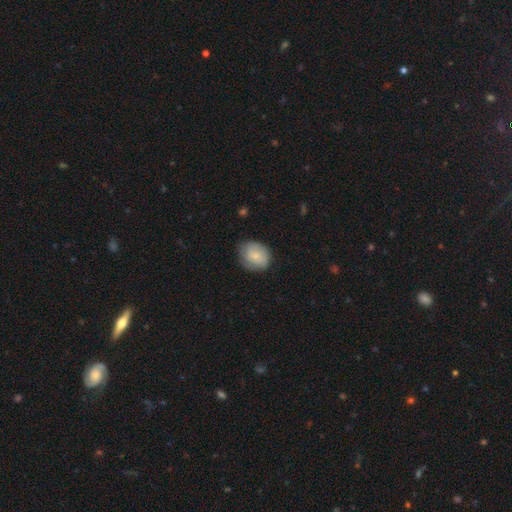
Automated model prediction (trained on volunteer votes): A smooth galaxy with no disk features (75%) that is round (56%).

Vote fractions:
- Smooth or featured? smooth: 75% / featured or disk: 18% / star or artifact: 7%
- How rounded? round: 56% / in between: 43% / cigar-shaped: 1%
- Merging? none: 73% / minor disturbance: 21% / major disturbance: 5% / merger: 1%